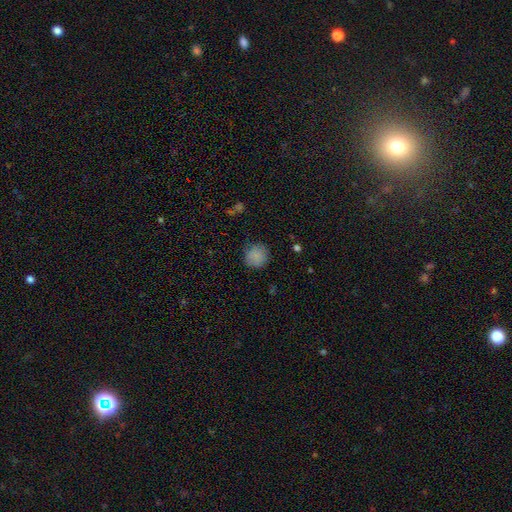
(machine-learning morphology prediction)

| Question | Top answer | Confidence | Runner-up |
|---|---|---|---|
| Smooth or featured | smooth | 85% | star or artifact (9%) |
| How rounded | round | 90% | in between (9%) |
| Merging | none | 80% | minor disturbance (15%) |